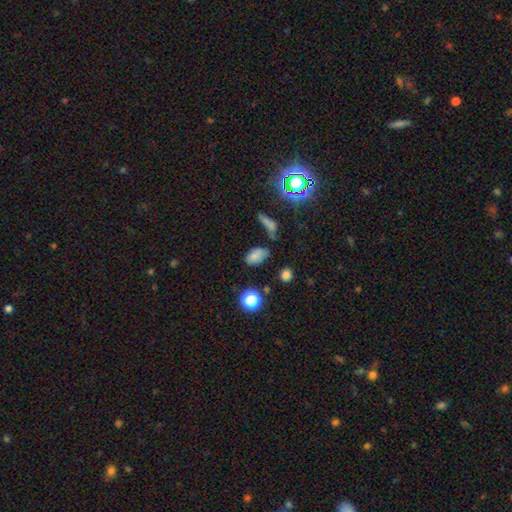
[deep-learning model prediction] smooth 73%, star or artifact 17%, featured or disk 10%. Down the decision tree: how rounded — in between (87%); merging — none (57%).